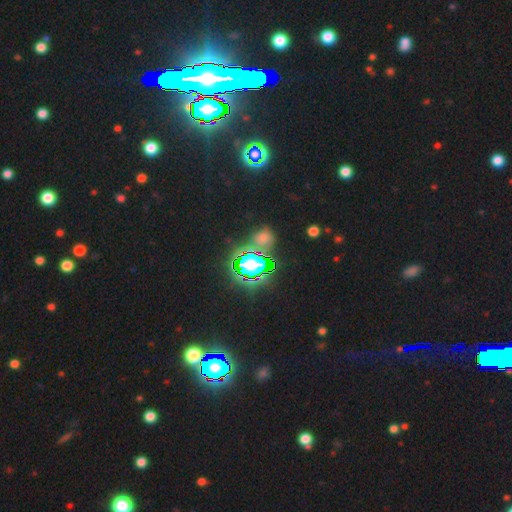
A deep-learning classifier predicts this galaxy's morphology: A star or artifact, not a galaxy (85%).

Vote fractions:
- Smooth or featured? star or artifact: 85% / smooth: 8% / featured or disk: 7%